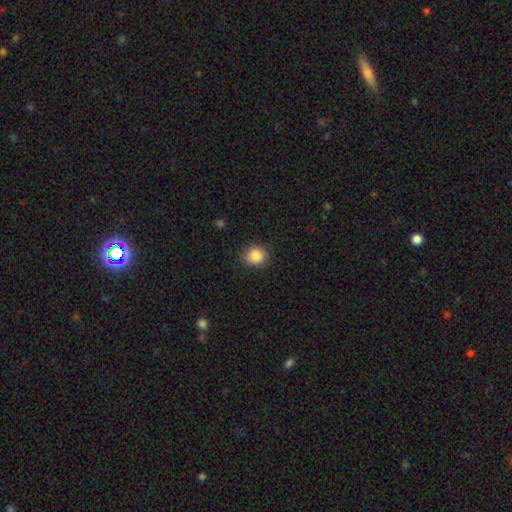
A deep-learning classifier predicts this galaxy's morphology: smooth_or_featured: smooth (p=0.87) [alt: star or artifact p=0.09]
how_rounded: round (p=0.83) [alt: in between p=0.16]
merging: none (p=0.86) [alt: minor disturbance p=0.10]